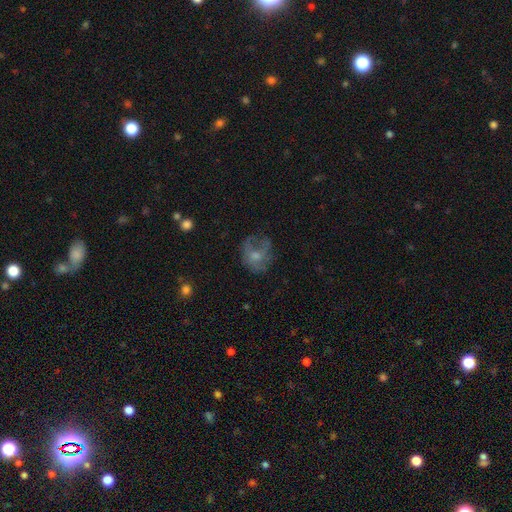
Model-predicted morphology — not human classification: The model was most divided on "smooth or featured": smooth: 49%, featured or disk: 40%, star or artifact: 11%. Remaining: merging — none (46%).